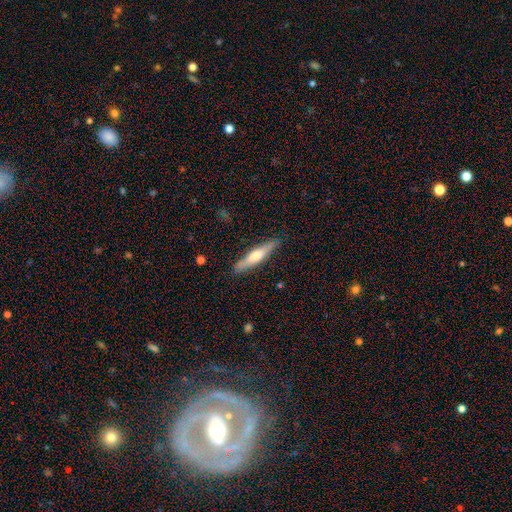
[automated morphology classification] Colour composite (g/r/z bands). It shows a featured or disk galaxy (48%). Merging: none (87%).